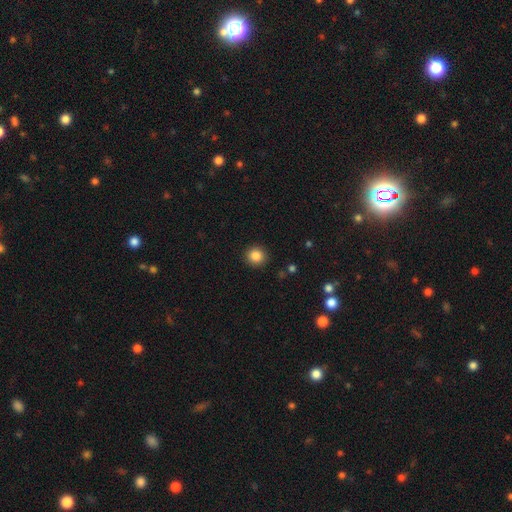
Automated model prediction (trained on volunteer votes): smooth-or-featured: smooth: 85% | star or artifact: 10% | featured or disk: 4%
  how-rounded: round: 91% | in between: 8% | cigar-shaped: 1%
  merging: none: 92% | minor disturbance: 5% | major disturbance: 2% | merger: 1%